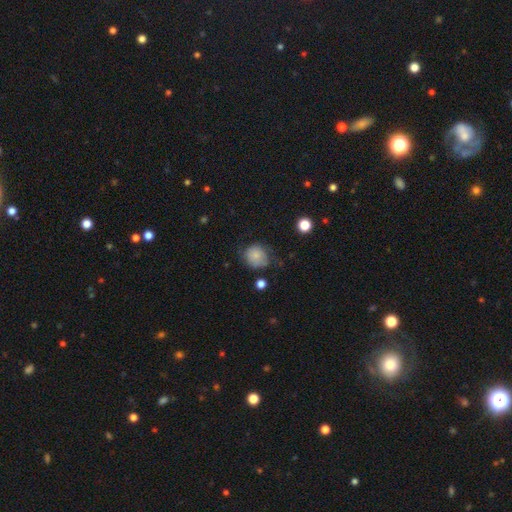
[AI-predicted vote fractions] smooth 80%, featured or disk 10%, star or artifact 10%. Down the decision tree: how rounded — round (83%); merging — none (58%).